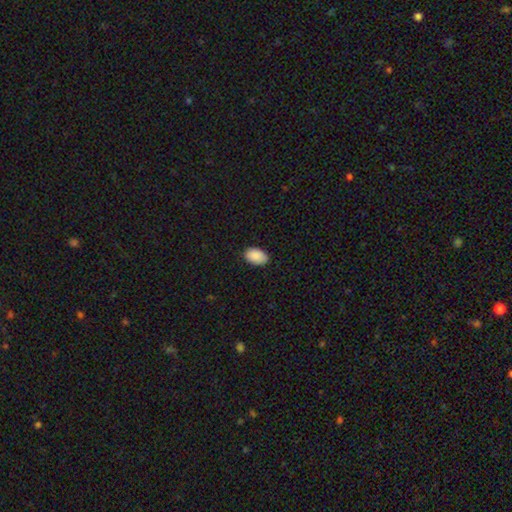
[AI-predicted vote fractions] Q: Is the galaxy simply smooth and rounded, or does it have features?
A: smooth — 90%.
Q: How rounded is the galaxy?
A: in between — 92%.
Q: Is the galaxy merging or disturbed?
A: none — 85%.